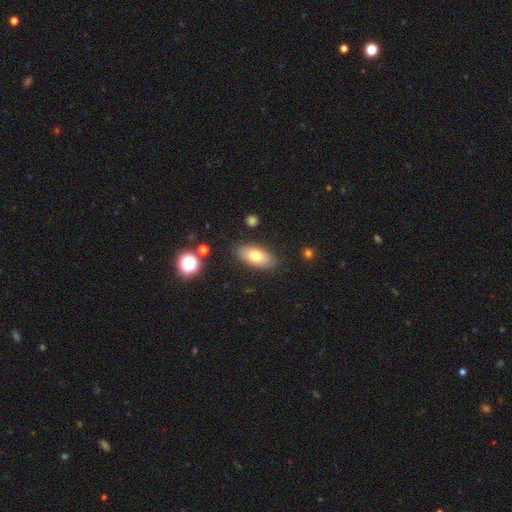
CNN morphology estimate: smooth-or-featured: smooth: 71% | featured or disk: 22% | star or artifact: 8%
  how-rounded: in between: 90% | cigar-shaped: 6% | round: 4%
  merging: none: 84% | minor disturbance: 11% | major disturbance: 3% | merger: 2%